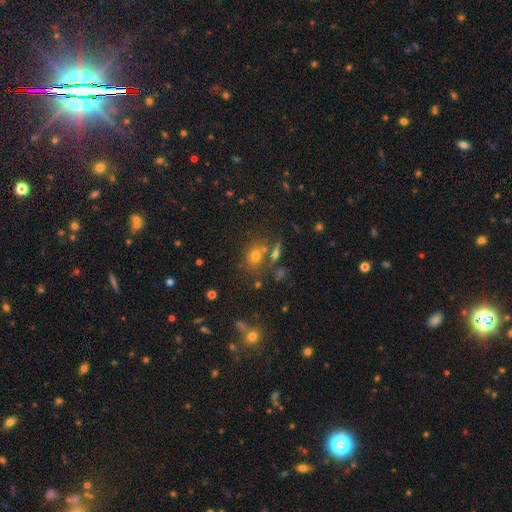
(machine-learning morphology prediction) Smooth or featured: smooth — 62% (star or artifact — 26%)
How rounded: round — 52% (in between — 46%)
Merging: none — 66% (merger — 18%)